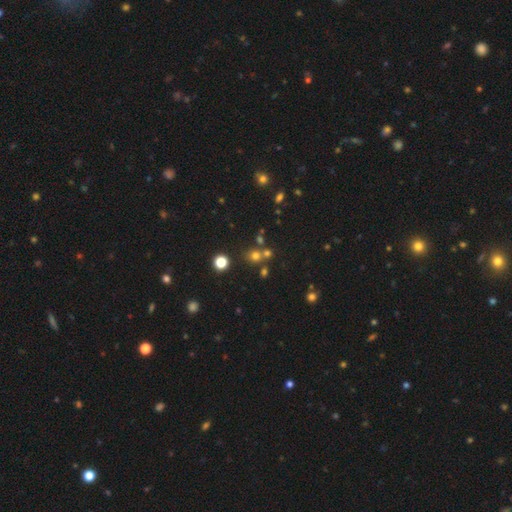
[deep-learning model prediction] Smooth or featured?
  - smooth: 64% *
  - star or artifact: 27%
  - featured or disk: 9%
How rounded?
  - round: 85% *
  - in between: 14%
  - cigar-shaped: 1%
Merging?
  - none: 63% *
  - merger: 26%
  - minor disturbance: 8%
  - major disturbance: 4%